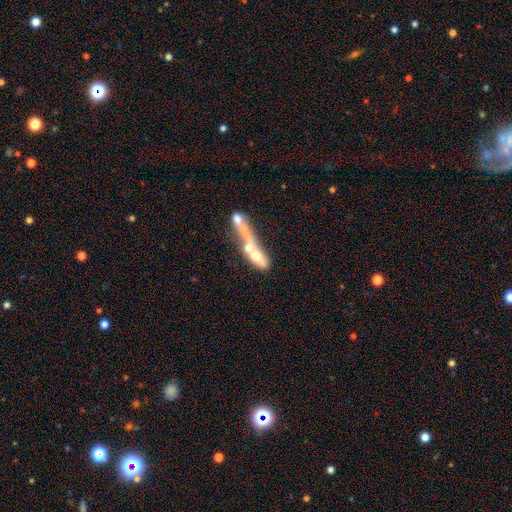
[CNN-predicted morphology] This appears to be a smooth galaxy with no disk features (49%). Merging: merger (64%).